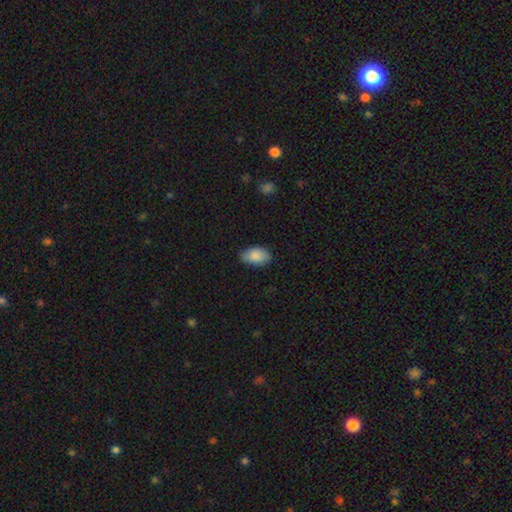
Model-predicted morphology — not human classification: A smooth galaxy with no disk features (87%) that is in between round and cigar-shaped (93%).

Vote fractions:
- Smooth or featured? smooth: 87% / featured or disk: 7% / star or artifact: 6%
- How rounded? in between: 93% / round: 5% / cigar-shaped: 1%
- Merging? none: 80% / minor disturbance: 16% / major disturbance: 3% / merger: 1%